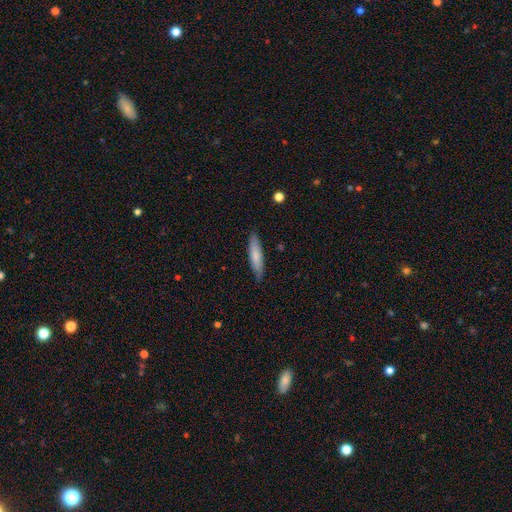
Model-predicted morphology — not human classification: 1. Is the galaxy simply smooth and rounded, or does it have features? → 74% smooth, 20% featured or disk, 5% star or artifact.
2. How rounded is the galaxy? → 76% cigar-shaped, 23% in between, 1% round.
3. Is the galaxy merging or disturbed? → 83% none, 14% minor disturbance, 2% major disturbance, 1% merger.